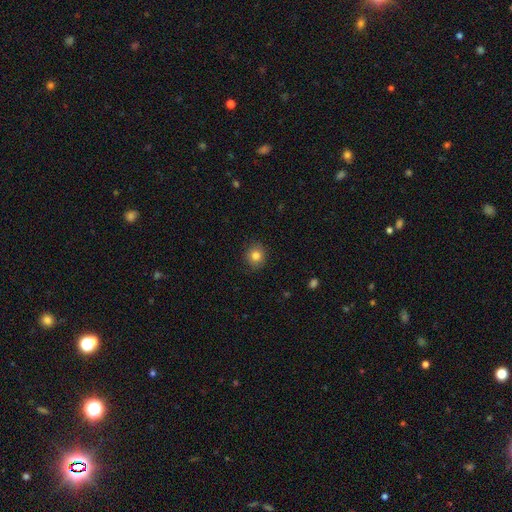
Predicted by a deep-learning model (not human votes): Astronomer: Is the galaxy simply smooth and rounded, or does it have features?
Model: smooth — 82%.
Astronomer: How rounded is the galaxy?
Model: round — 85%.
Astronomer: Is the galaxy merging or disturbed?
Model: none — 89%.